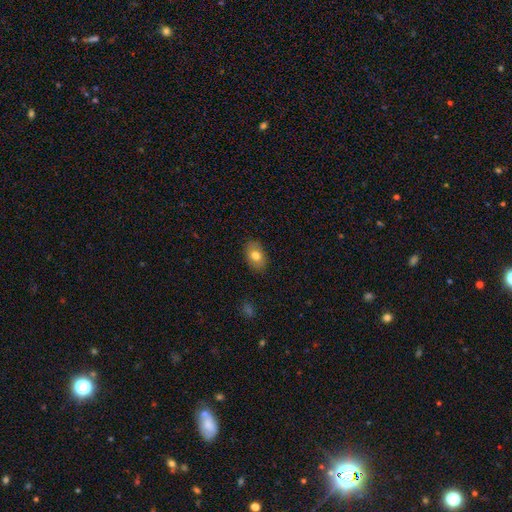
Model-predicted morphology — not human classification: Overall: smooth (78%). How rounded: in between (84%). Merging: none (88%).